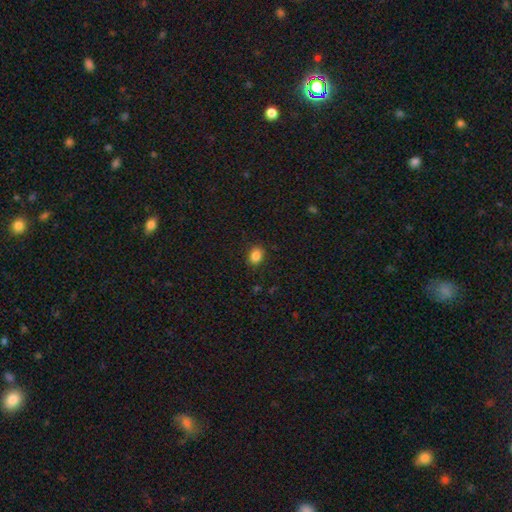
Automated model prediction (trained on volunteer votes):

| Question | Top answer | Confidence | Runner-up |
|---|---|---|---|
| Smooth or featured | smooth | 85% | star or artifact (10%) |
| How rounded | in between | 60% | round (39%) |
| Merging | none | 88% | minor disturbance (9%) |